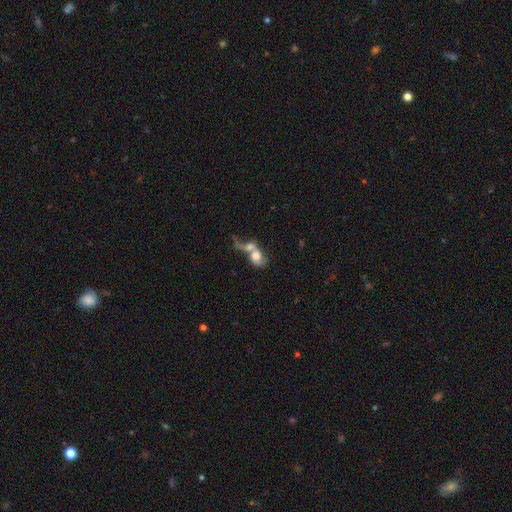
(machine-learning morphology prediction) A smooth galaxy with no disk features (51%) that is in between round and cigar-shaped (57%). Merging: merger (77%).